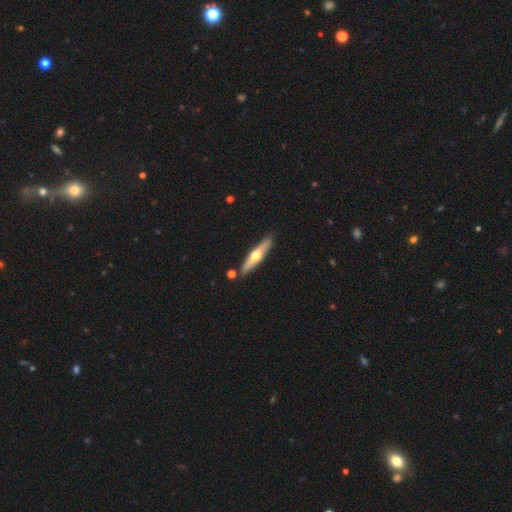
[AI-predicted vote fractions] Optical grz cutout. It shows a featured or disk galaxy (56%) viewed edge-on (92%) with a rounded central bulge (92%). Merging: none (86%).